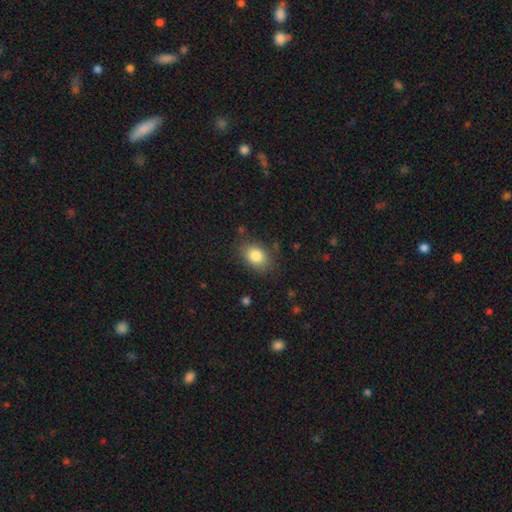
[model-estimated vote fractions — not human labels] smooth 83%, star or artifact 9%, featured or disk 8%. Down the decision tree: how rounded — in between (73%); merging — none (80%).